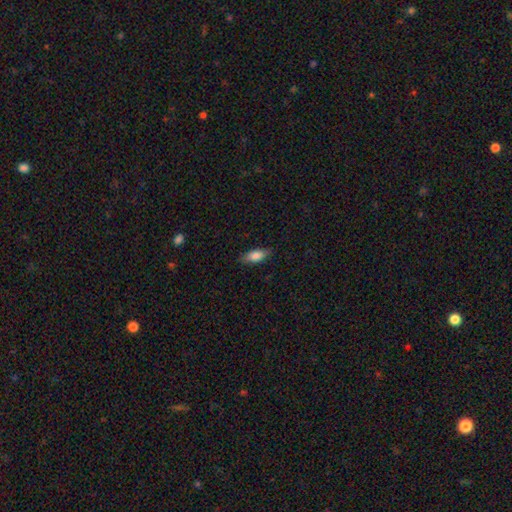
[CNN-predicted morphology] A smooth galaxy with no disk features (81%) that is in between round and cigar-shaped (81%).

Vote fractions:
- Smooth or featured? smooth: 81% / featured or disk: 13% / star or artifact: 7%
- How rounded? in between: 81% / cigar-shaped: 17% / round: 3%
- Merging? none: 84% / minor disturbance: 13% / major disturbance: 3% / merger: 1%